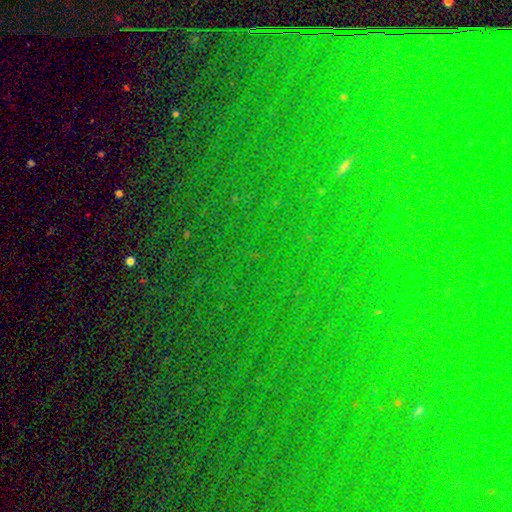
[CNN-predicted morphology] Overall: star or artifact (83%).